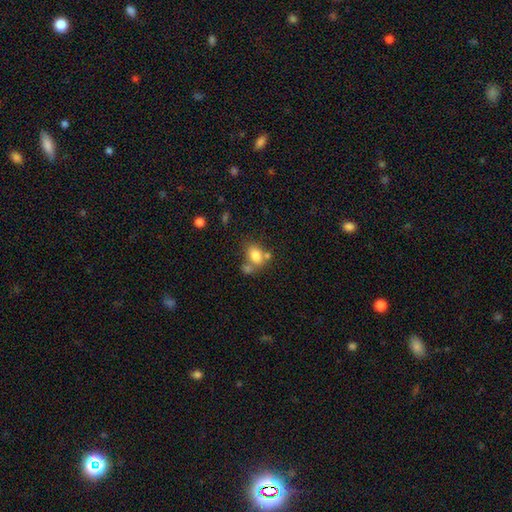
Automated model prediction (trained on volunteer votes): Smooth or featured? smooth (79%)
How rounded? in between (70%)
Merging? none (47%)